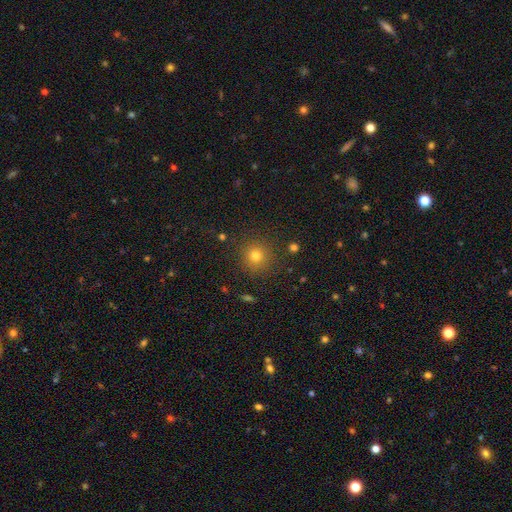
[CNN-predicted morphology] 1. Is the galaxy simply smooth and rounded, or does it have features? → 76% smooth, 17% star or artifact, 7% featured or disk.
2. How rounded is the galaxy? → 94% round, 5% in between, 1% cigar-shaped.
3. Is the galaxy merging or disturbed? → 89% none, 7% minor disturbance, 3% major disturbance, 2% merger.